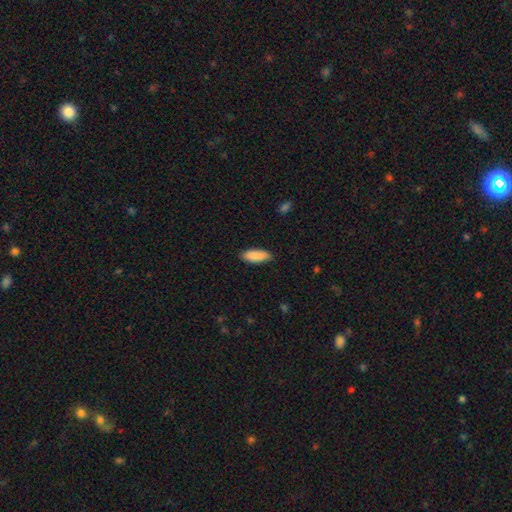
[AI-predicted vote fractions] smooth_or_featured: smooth (p=0.90) [alt: star or artifact p=0.06]
how_rounded: in between (p=0.73) [alt: cigar-shaped p=0.26]
merging: none (p=0.87) [alt: minor disturbance p=0.10]